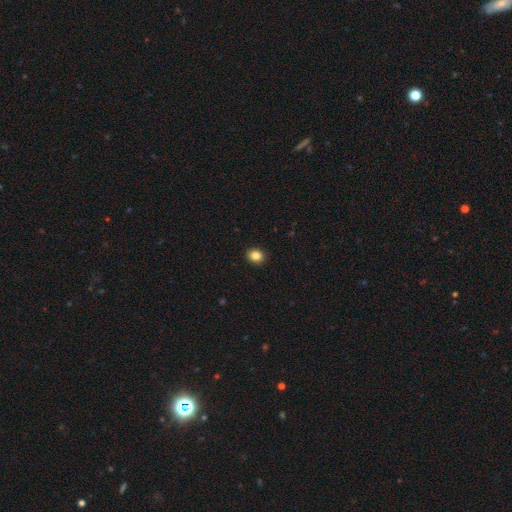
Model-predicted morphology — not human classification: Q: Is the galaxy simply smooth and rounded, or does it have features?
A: smooth — 86%.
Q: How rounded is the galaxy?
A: round — 54%.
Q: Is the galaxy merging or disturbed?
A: none — 91%.